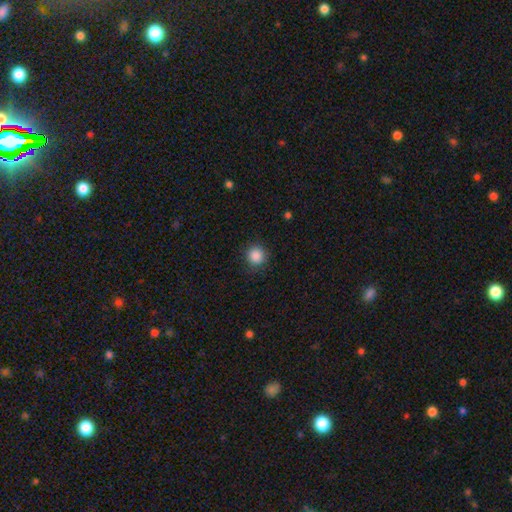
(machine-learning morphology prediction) Smooth or featured? Predicted: smooth (p=0.87). How rounded? Predicted: round (p=0.92). Merging? Predicted: none (p=0.88).